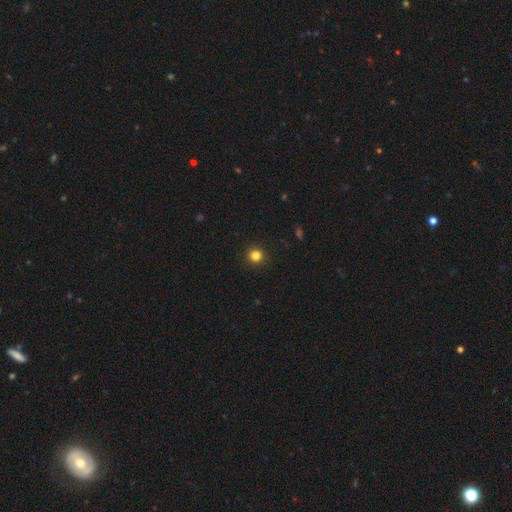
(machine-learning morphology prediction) type=smooth (83%); roundness=round (94%); merging=none (92%).